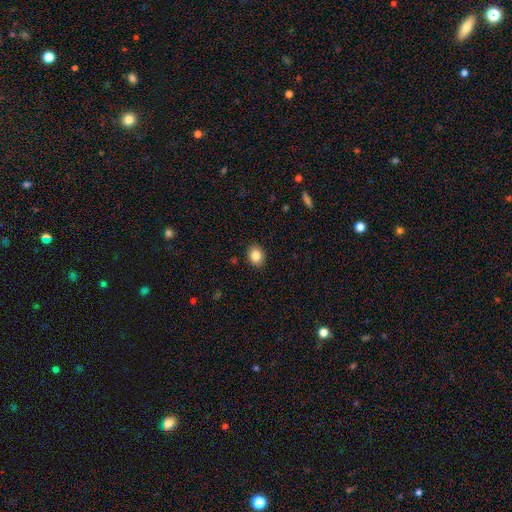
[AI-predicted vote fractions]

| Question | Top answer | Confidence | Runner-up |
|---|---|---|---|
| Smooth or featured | smooth | 84% | star or artifact (10%) |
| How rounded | round | 53% | in between (46%) |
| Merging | none | 89% | minor disturbance (8%) |